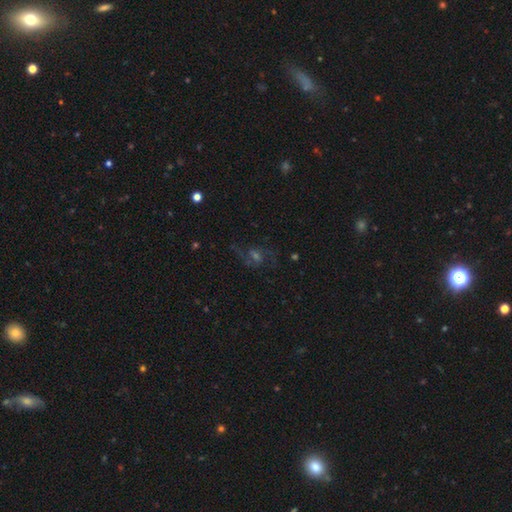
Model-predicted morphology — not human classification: The model was most divided on "spiral winding": loose: 47%, medium: 42%, tight: 11%. Remaining: edge-on disk — no (96%); spiral arms — yes (89%); spiral arm count — 2 (83%); merging — none (67%); smooth or featured — featured or disk (62%); bar — no (47%); bulge size — moderate (42%).